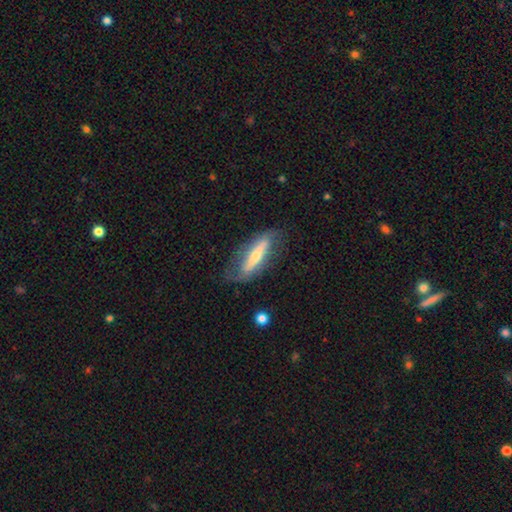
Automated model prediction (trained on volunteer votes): Smooth or featured? Predicted: featured or disk (p=0.59). Edge-on disk? Predicted: no (p=0.57). Merging? Predicted: none (p=0.64).